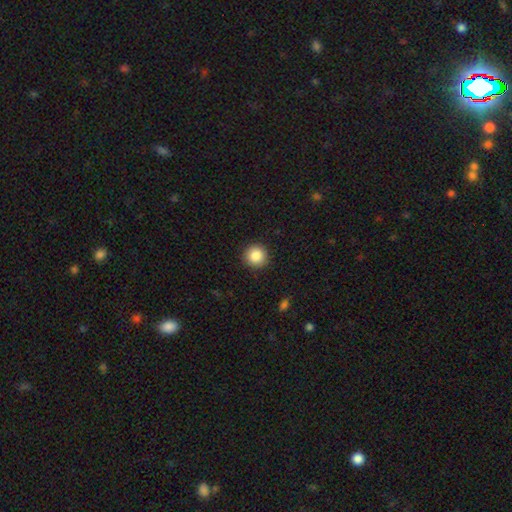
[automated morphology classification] smooth-or-featured: smooth: 86% | star or artifact: 9% | featured or disk: 4%
  how-rounded: round: 95% | in between: 4% | cigar-shaped: 1%
  merging: none: 92% | minor disturbance: 6% | major disturbance: 2% | merger: 1%